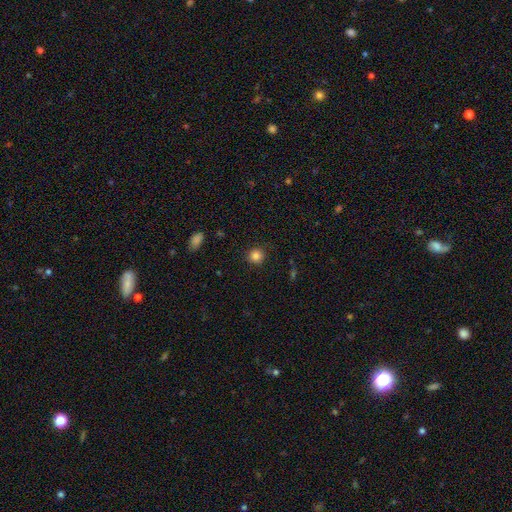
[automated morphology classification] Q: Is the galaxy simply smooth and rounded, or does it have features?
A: smooth — 85%.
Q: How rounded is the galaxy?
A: round — 92%.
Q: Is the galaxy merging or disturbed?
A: none — 89%.